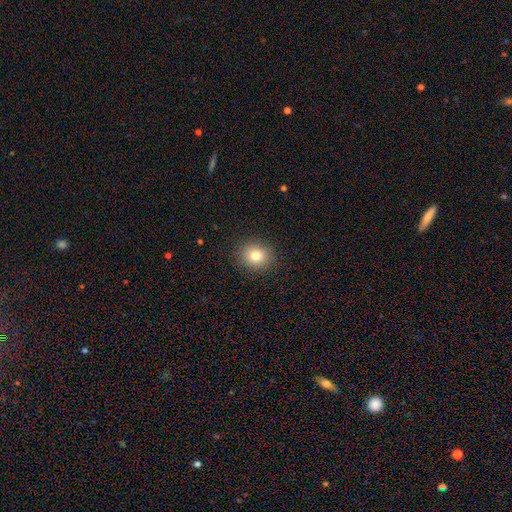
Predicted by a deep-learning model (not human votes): A smooth galaxy with no disk features (80%) that is round (77%).

Vote fractions:
- Smooth or featured? smooth: 80% / star or artifact: 12% / featured or disk: 8%
- How rounded? round: 77% / in between: 22% / cigar-shaped: 1%
- Merging? none: 90% / minor disturbance: 7% / major disturbance: 2% / merger: 1%